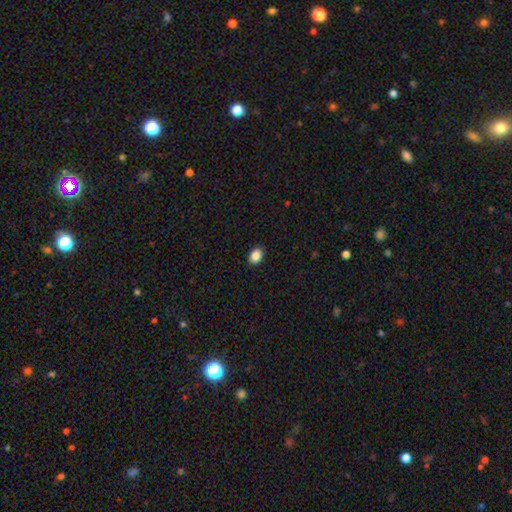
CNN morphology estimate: Smooth or featured? Predicted: smooth (p=0.88). How rounded? Predicted: in between (p=0.77). Merging? Predicted: none (p=0.90).